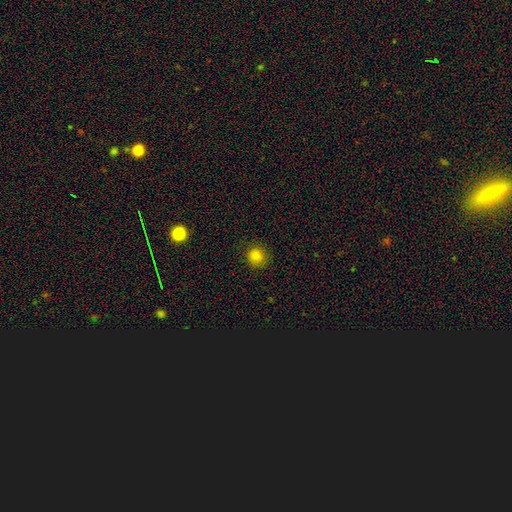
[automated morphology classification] This appears to be a smooth galaxy with no disk features (82%) that is round (93%). Merging: none (91%).